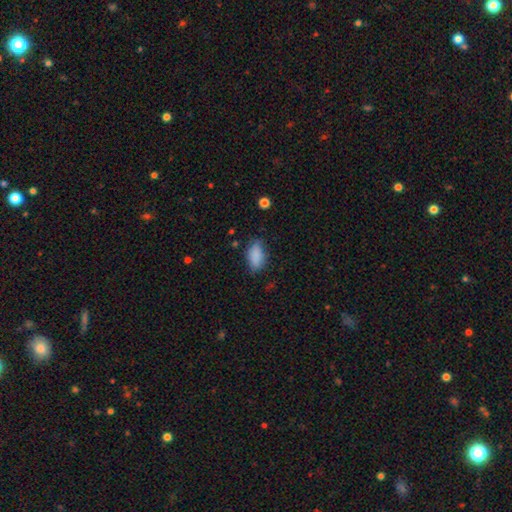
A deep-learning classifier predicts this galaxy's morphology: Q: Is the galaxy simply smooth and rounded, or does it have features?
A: smooth — 86%.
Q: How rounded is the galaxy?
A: in between — 90%.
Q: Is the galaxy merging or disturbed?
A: none — 67%.